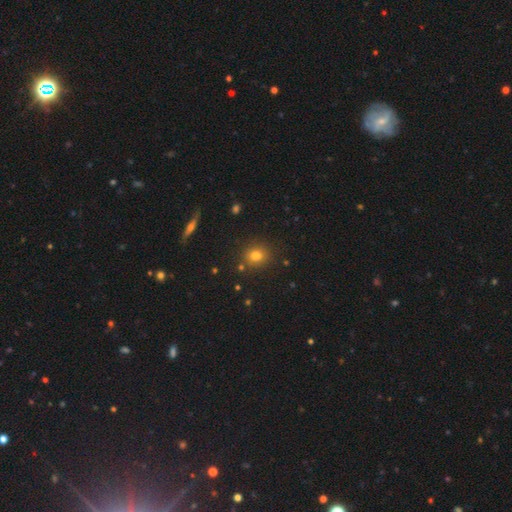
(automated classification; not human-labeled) The model was most divided on "how rounded": round: 76%, in between: 23%, cigar-shaped: 1%. More confident: merging — none (83%); smooth or featured — smooth (76%).